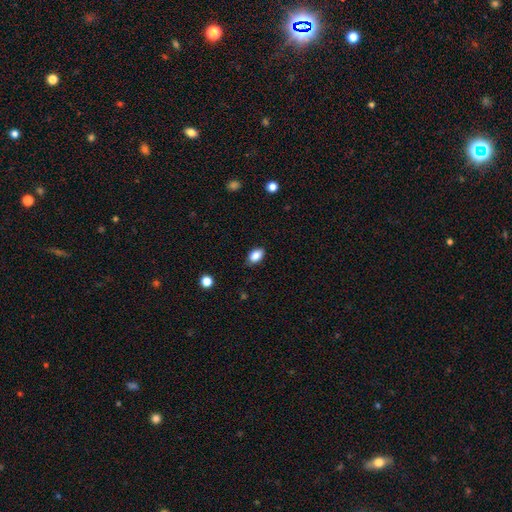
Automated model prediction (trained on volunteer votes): This appears to be a smooth galaxy with no disk features (87%) that is in between round and cigar-shaped (88%). Merging: none (85%).